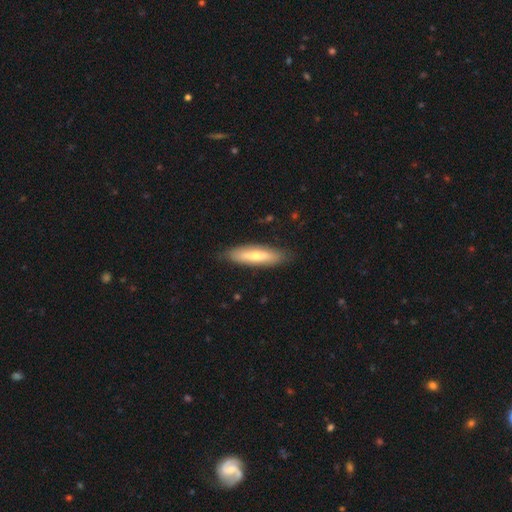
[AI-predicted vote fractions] smooth-or-featured: smooth: 58% | featured or disk: 37% | star or artifact: 5%
  how-rounded: cigar-shaped: 66% | in between: 33% | round: 2%
  merging: none: 84% | minor disturbance: 12% | major disturbance: 2% | merger: 1%